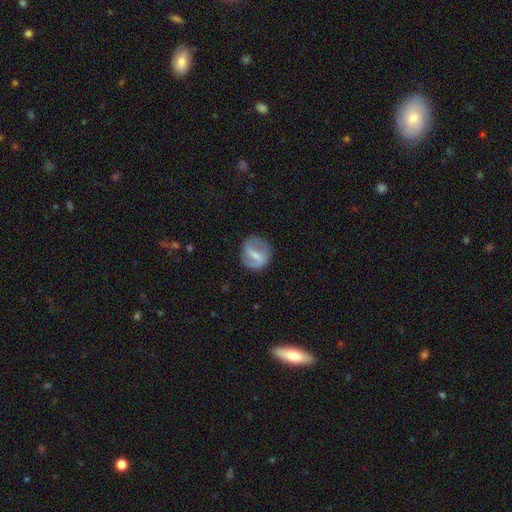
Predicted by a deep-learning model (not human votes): smooth-or-featured: featured or disk: 66% | smooth: 28% | star or artifact: 7%
  disk-edge-on: no: 96% | yes: 4%
    bar: strong: 49% | weak: 40% | no: 11%
    has-spiral-arms: yes: 77% | no: 23%
    bulge-size: small: 41% | moderate: 29% | none: 26% | large: 4% | dominant: 1%
  merging: none: 75% | minor disturbance: 15% | major disturbance: 8% | merger: 2%